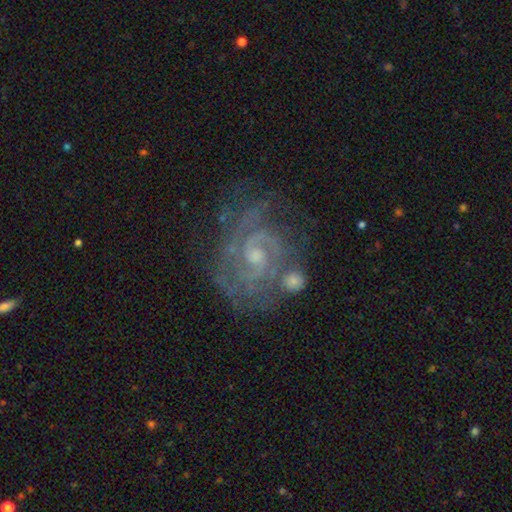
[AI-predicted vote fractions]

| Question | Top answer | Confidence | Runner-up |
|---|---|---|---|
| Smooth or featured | featured or disk | 77% | star or artifact (13%) |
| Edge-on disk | no | 97% | yes (3%) |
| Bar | no | 58% | weak (35%) |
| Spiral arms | yes | 88% | no (12%) |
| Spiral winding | tight | 56% | medium (33%) |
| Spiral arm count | can't tell | 41% | 2 (23%) |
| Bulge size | small | 64% | moderate (29%) |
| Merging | none | 63% | minor disturbance (18%) |